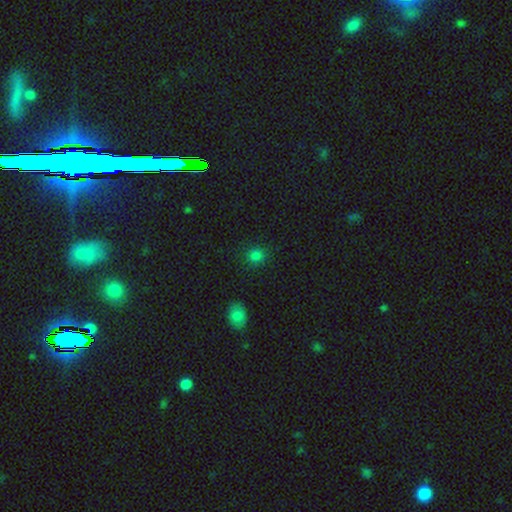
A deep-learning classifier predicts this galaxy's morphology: A smooth galaxy with no disk features (80%) that is round (83%). Merging: none (87%).